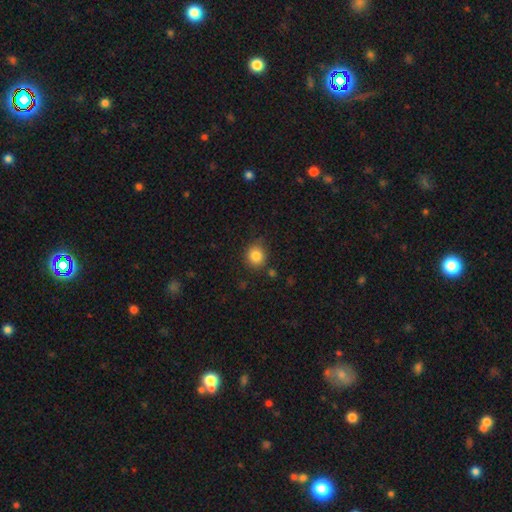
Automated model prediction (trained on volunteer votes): Smooth or featured? Predicted: smooth (p=0.85). How rounded? Predicted: round (p=0.84). Merging? Predicted: none (p=0.84).